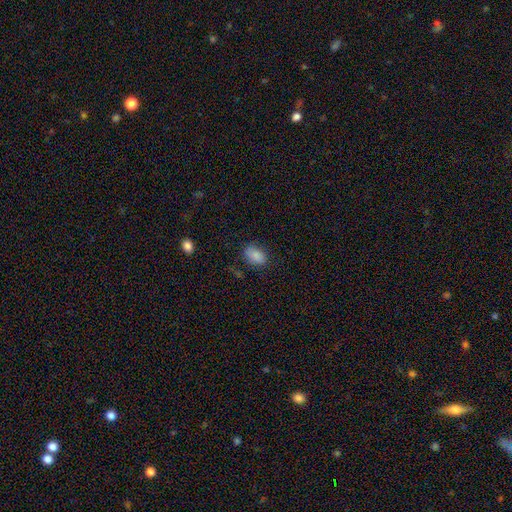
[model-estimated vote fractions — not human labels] Smooth or featured?
  - smooth: 85% *
  - star or artifact: 8%
  - featured or disk: 6%
How rounded?
  - in between: 86% *
  - round: 13%
  - cigar-shaped: 1%
Merging?
  - none: 73% *
  - minor disturbance: 20%
  - major disturbance: 5%
  - merger: 2%